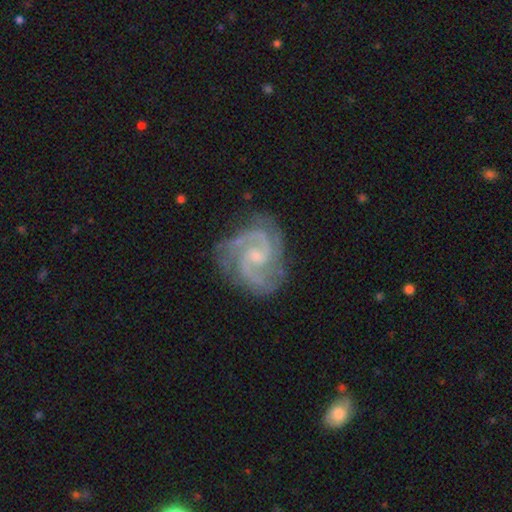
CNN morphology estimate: type=featured or disk (92%); edge-on=no (98%); bar=no (46%, tied with weak); spiral arms=yes (98%); winding=medium (52%); arm count=2 (73%); bulge=small (60%); merging=none (75%).